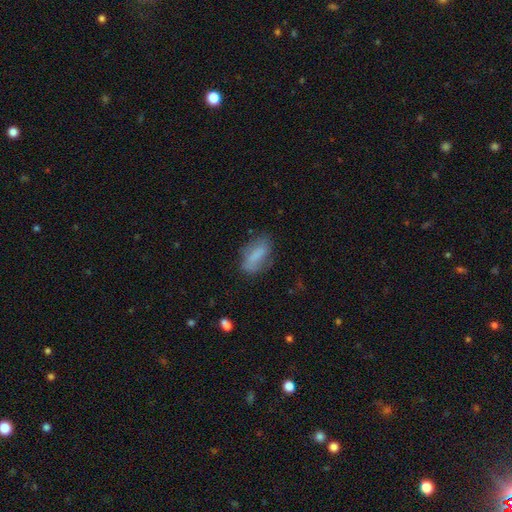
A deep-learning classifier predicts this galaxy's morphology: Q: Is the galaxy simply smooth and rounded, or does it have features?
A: smooth — 70%.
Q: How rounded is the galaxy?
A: in between — 77%.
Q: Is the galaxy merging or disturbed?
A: none — 64%.